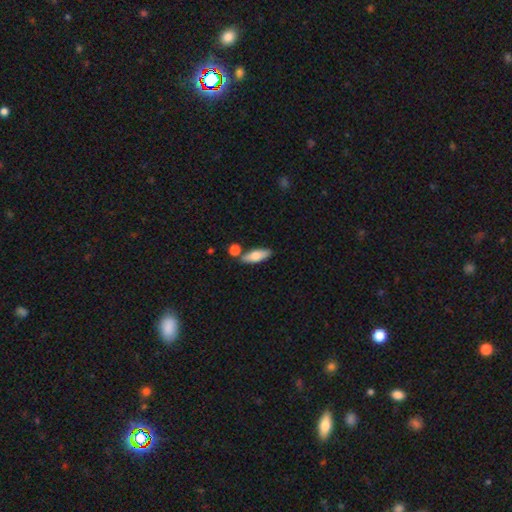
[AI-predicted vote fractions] Smooth or featured? smooth (71%)
How rounded? in between (64%)
Merging? none (75%)